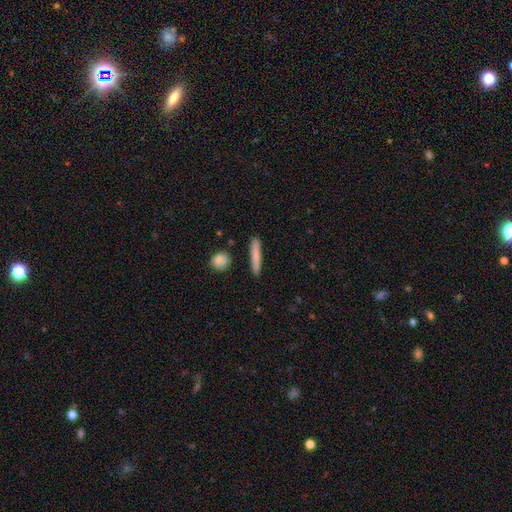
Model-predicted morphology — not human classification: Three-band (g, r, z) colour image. It shows a smooth galaxy with no disk features (78%) that is cigar-shaped (93%). Merging: none (88%).